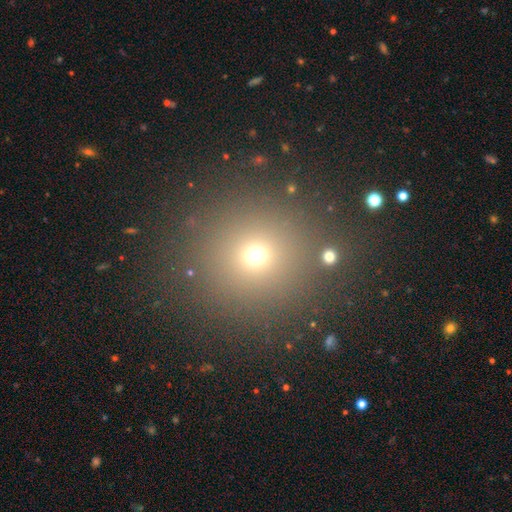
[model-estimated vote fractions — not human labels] Smooth or featured? Predicted: smooth (p=0.66). How rounded? Predicted: round (p=0.92). Merging? Predicted: none (p=0.85).